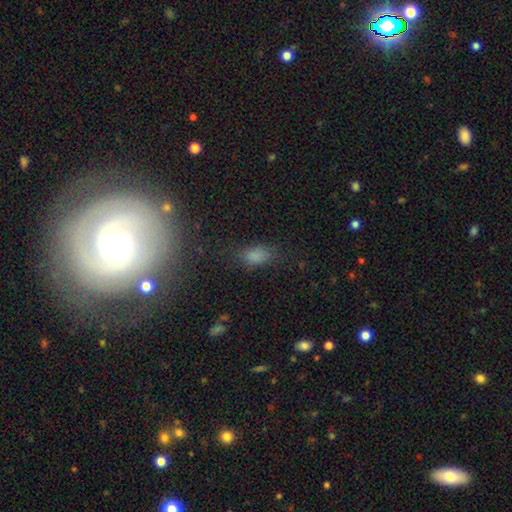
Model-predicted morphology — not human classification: Smooth or featured? smooth (78%)
How rounded? in between (87%)
Merging? none (71%)